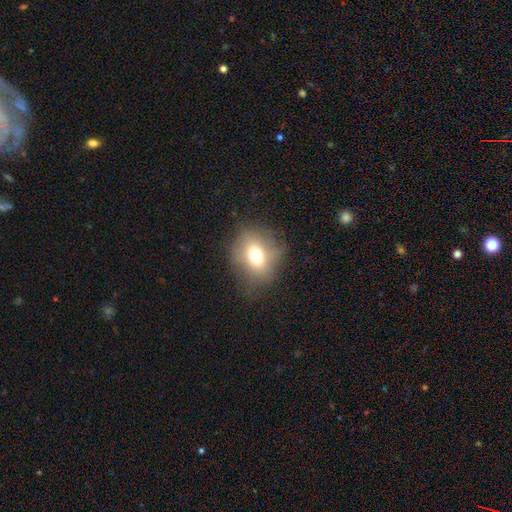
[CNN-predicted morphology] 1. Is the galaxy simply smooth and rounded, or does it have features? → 69% smooth, 18% featured or disk, 14% star or artifact.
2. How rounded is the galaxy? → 55% round, 44% in between, 2% cigar-shaped.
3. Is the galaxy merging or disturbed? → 70% none, 19% minor disturbance, 10% major disturbance, 1% merger.